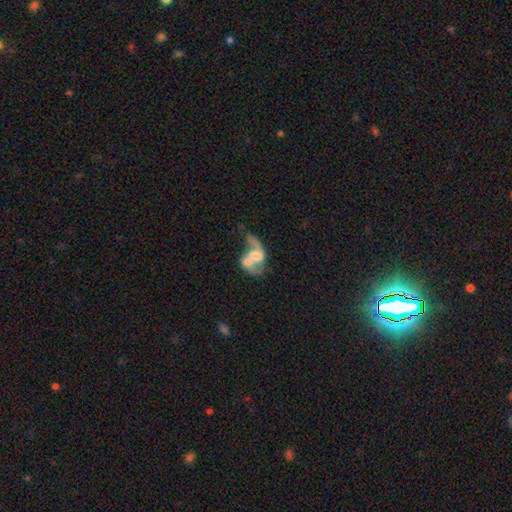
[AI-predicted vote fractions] Smooth or featured?
  - featured or disk: 65% *
  - smooth: 26%
  - star or artifact: 9%
Edge-on disk?
  - no: 96% *
  - yes: 4%
Bar?
  - no: 47% *
  - weak: 36%
  - strong: 17%
Spiral arms?
  - yes: 67% *
  - no: 33%
Bulge size?
  - moderate: 31% *
  - none: 27%
  - large: 21%
  - small: 18%
  - dominant: 4%
Merging?
  - merger: 52% *
  - major disturbance: 20%
  - none: 18%
  - minor disturbance: 10%